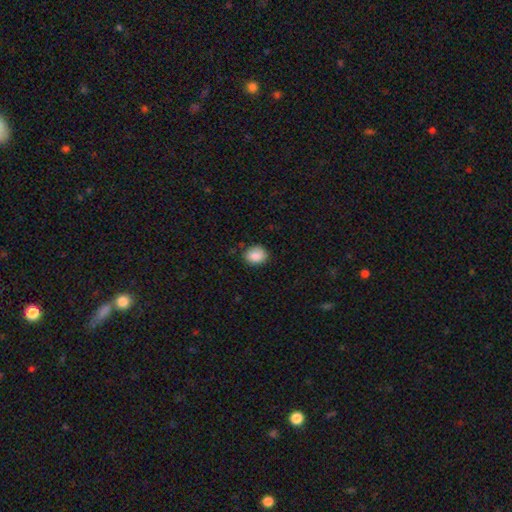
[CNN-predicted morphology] Smooth or featured? Predicted: smooth (p=0.87). How rounded? Predicted: in between (p=0.54). Merging? Predicted: none (p=0.75).